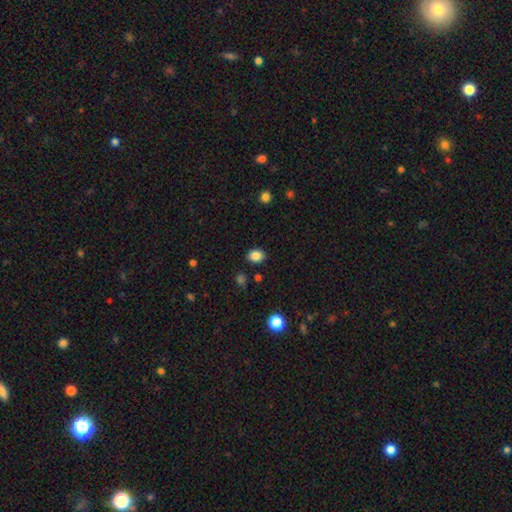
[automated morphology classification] smooth_or_featured: smooth (p=0.86) [alt: star or artifact p=0.10]
how_rounded: in between (p=0.56) [alt: round p=0.43]
merging: none (p=0.86) [alt: minor disturbance p=0.10]